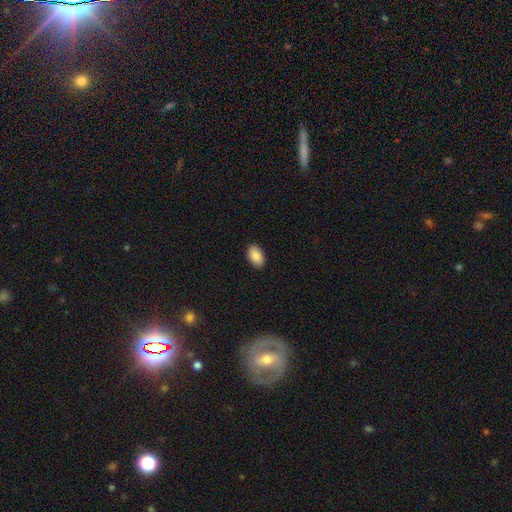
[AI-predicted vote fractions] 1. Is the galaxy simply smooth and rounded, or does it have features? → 89% smooth, 7% star or artifact, 4% featured or disk.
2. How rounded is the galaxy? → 94% in between, 5% round, 1% cigar-shaped.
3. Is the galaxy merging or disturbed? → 89% none, 8% minor disturbance, 2% major disturbance, 1% merger.